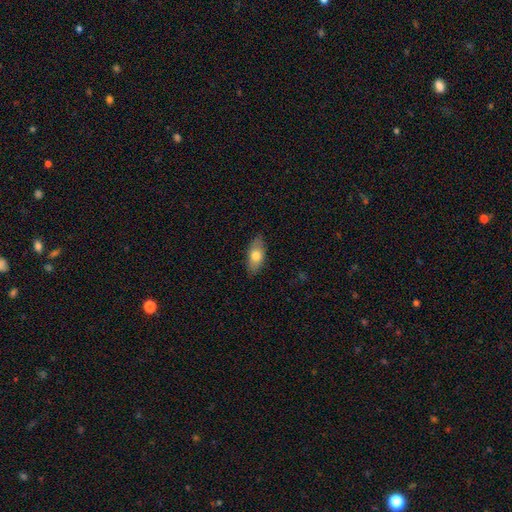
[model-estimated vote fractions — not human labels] This appears to be a smooth galaxy with no disk features (74%) that is in between round and cigar-shaped (86%). Merging: none (85%).